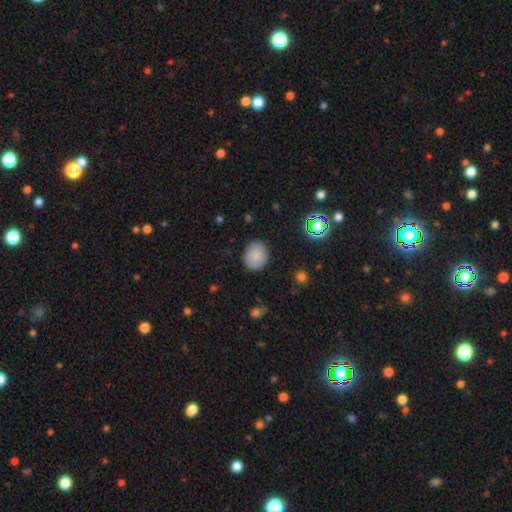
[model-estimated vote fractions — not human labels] Smooth or featured? Predicted: smooth (p=0.84). How rounded? Predicted: round (p=0.60). Merging? Predicted: none (p=0.84).